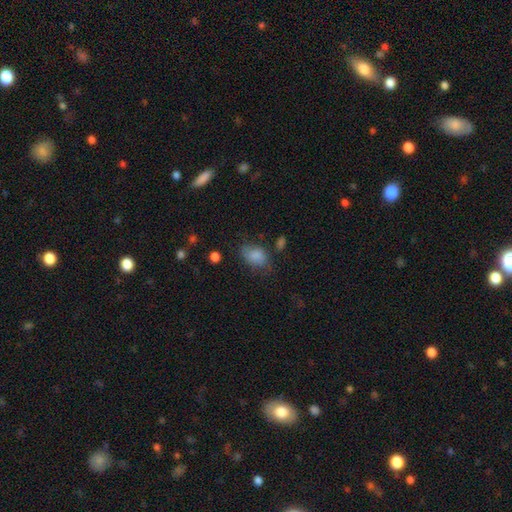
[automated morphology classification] smooth 82%, star or artifact 9%, featured or disk 9%. Down the decision tree: how rounded — in between (82%); merging — none (53%).